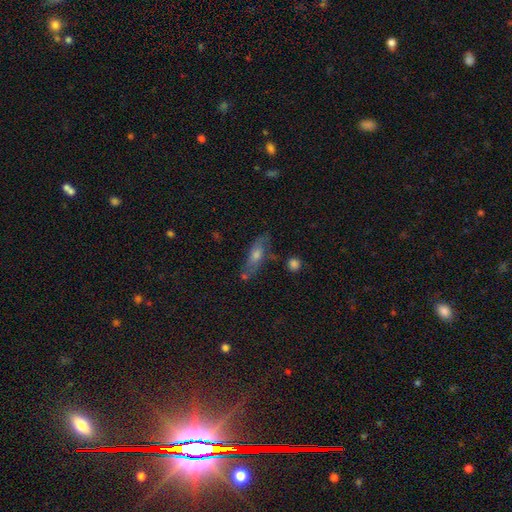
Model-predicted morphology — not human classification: Smooth or featured: smooth — 53% (featured or disk — 37%)
How rounded: in between — 57% (cigar-shaped — 39%)
Merging: none — 63% (minor disturbance — 21%)